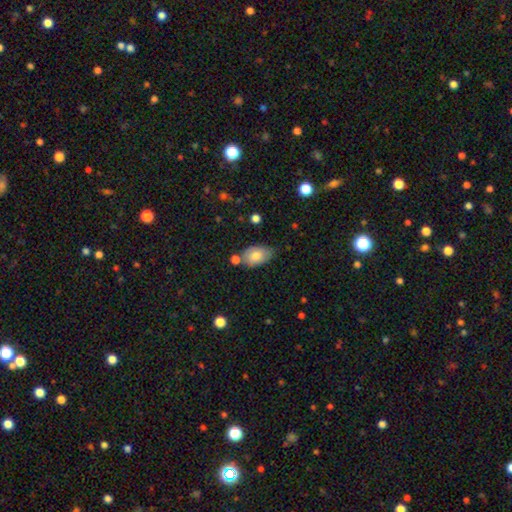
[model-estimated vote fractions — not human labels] Smooth or featured? Predicted: smooth (p=0.78). How rounded? Predicted: in between (p=0.89). Merging? Predicted: none (p=0.62).